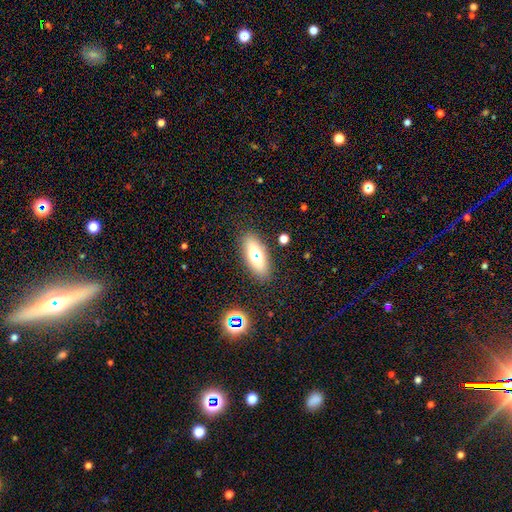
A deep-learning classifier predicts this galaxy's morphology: Q: Smooth or featured?
A: smooth (64%); runner-up: featured or disk (23%)
Q: How rounded?
A: in between (70%); runner-up: cigar-shaped (25%)
Q: Merging?
A: none (85%); runner-up: minor disturbance (9%)